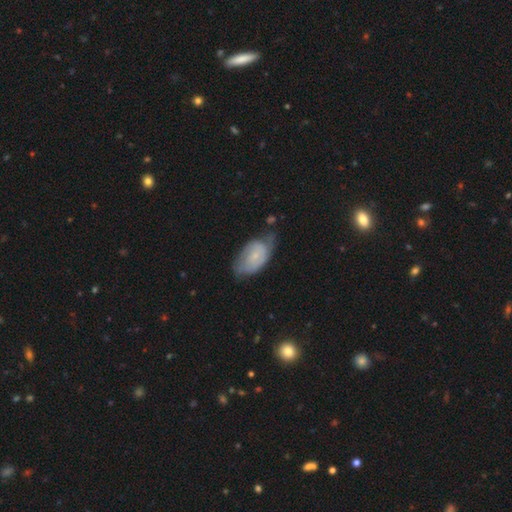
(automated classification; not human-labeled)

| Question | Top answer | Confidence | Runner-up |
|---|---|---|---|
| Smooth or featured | smooth | 48% | featured or disk (45%) |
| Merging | none | 41% | minor disturbance (39%) |